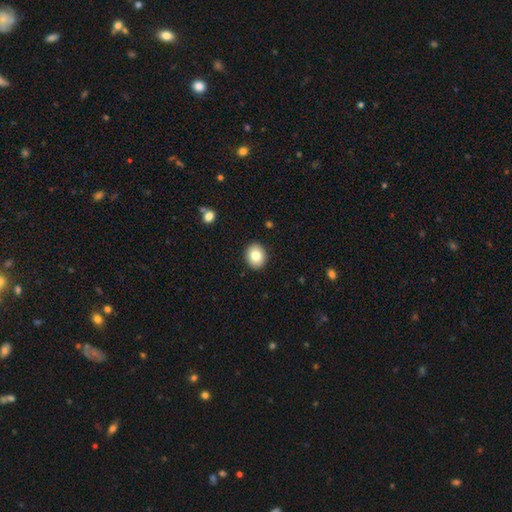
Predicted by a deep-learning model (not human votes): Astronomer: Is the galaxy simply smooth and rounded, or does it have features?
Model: smooth — 82%.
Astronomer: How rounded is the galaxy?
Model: round — 59% (runner-up: in between, 40%).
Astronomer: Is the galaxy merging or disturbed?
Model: none — 91%.